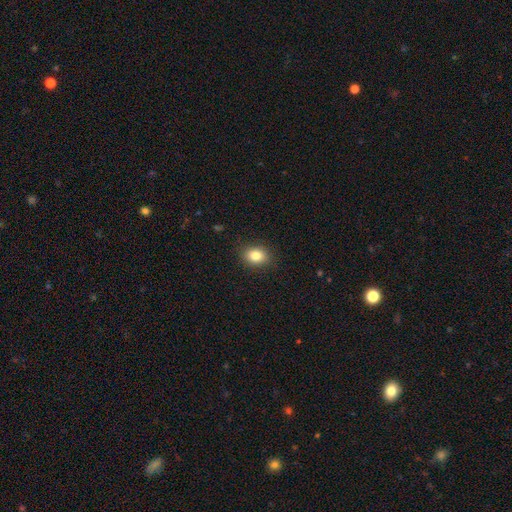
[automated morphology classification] A smooth galaxy with no disk features (83%) that is in between round and cigar-shaped (58%). Merging: none (88%).